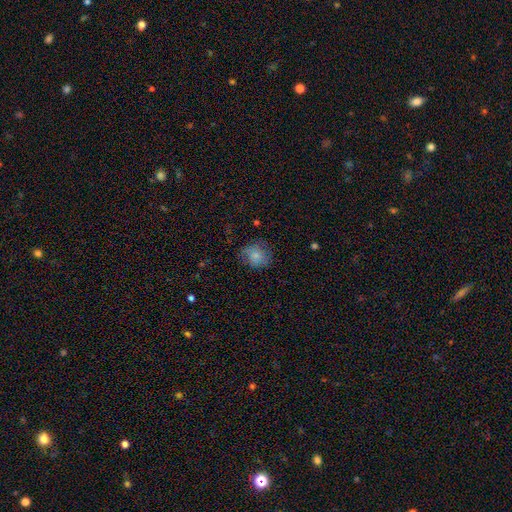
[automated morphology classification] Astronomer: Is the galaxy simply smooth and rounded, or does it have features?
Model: smooth — 74%.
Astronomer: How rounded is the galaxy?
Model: round — 78%.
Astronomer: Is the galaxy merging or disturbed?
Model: none — 67%.